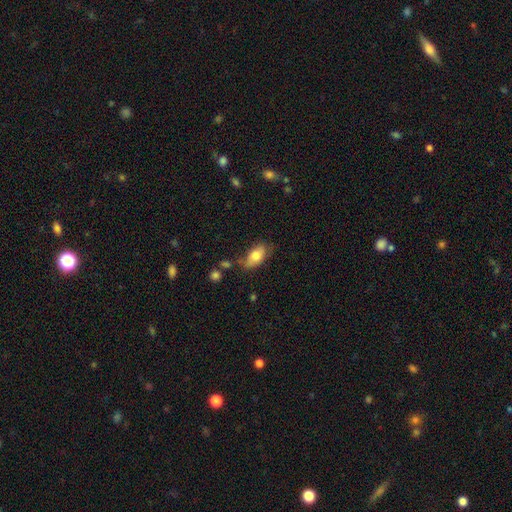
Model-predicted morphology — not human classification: Overall: smooth (75%). How rounded: in between (89%). Merging: none (62%; minor disturbance 25%).